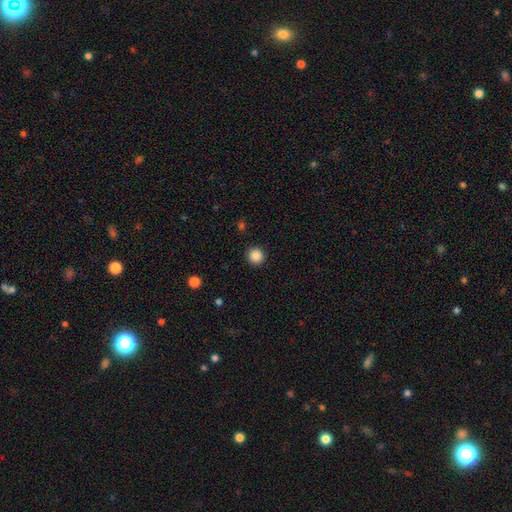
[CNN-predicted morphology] Overall: smooth (87%). How rounded: round (96%). Merging: none (93%).